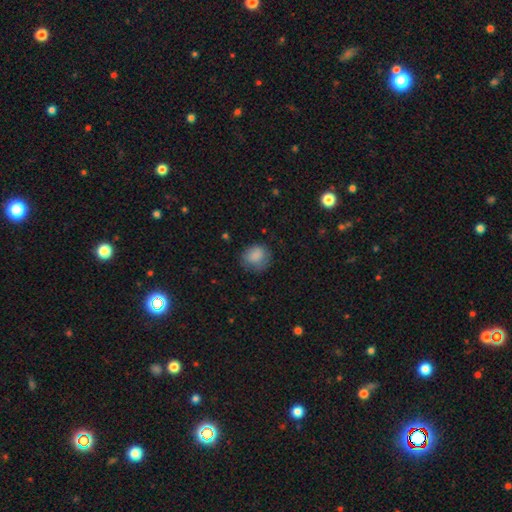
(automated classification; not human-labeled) This is clearly a smooth galaxy (84%). How rounded: likely round (71%). Merging: likely none (68%).